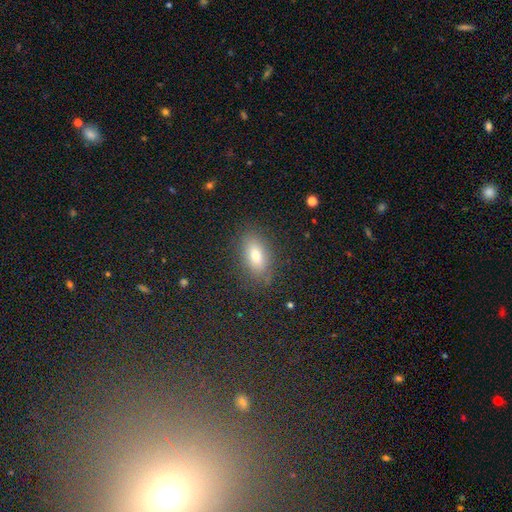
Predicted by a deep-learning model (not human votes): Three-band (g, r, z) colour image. It shows a smooth galaxy with no disk features (73%) that is in between round and cigar-shaped (84%). Merging: none (85%).